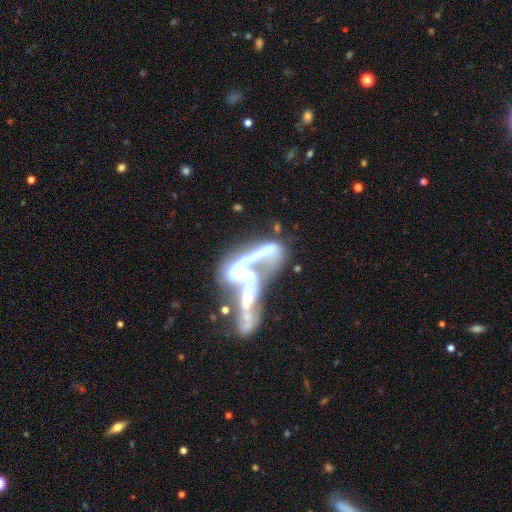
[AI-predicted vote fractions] Smooth or featured?
  - featured or disk: 64% *
  - smooth: 22%
  - star or artifact: 14%
Edge-on disk?
  - no: 87% *
  - yes: 13%
Bar?
  - no: 70% *
  - strong: 17%
  - weak: 13%
Spiral arms?
  - no: 73% *
  - yes: 27%
Bulge size?
  - none: 45% *
  - moderate: 25%
  - small: 14%
  - large: 12%
  - dominant: 5%
Merging?
  - merger: 71% *
  - major disturbance: 18%
  - none: 7%
  - minor disturbance: 4%